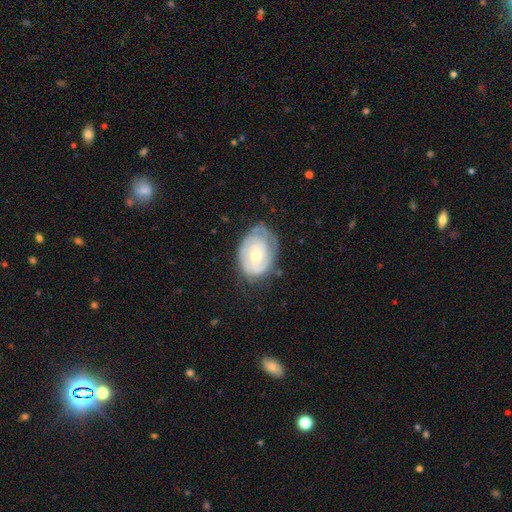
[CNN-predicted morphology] Smooth or featured: featured or disk — 65% (smooth — 29%)
Edge-on disk: no — 95% (yes — 5%)
Bar: no — 81% (weak — 16%)
Spiral arms: yes — 74% (no — 26%)
Bulge size: moderate — 51% (small — 45%)
Merging: none — 53% (minor disturbance — 32%)